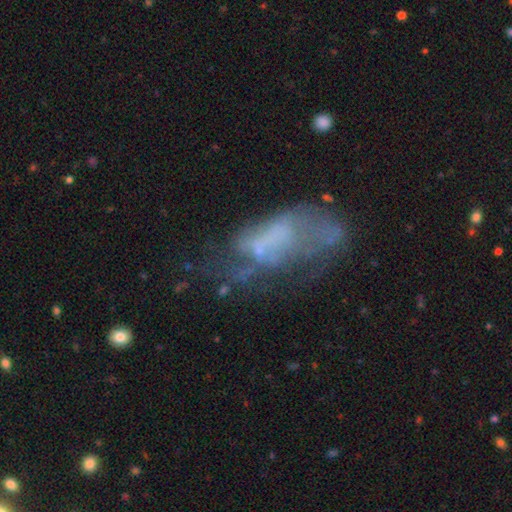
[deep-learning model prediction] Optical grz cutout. It shows a featured or disk galaxy (51%). Merging: major disturbance (38%).